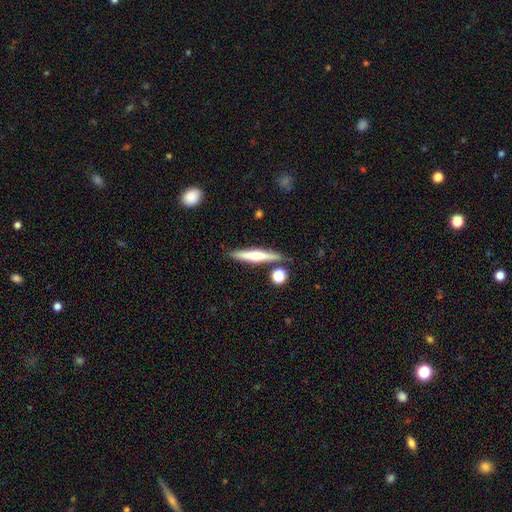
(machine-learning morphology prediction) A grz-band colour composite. It shows a smooth galaxy with no disk features (49%). Merging: none (81%).